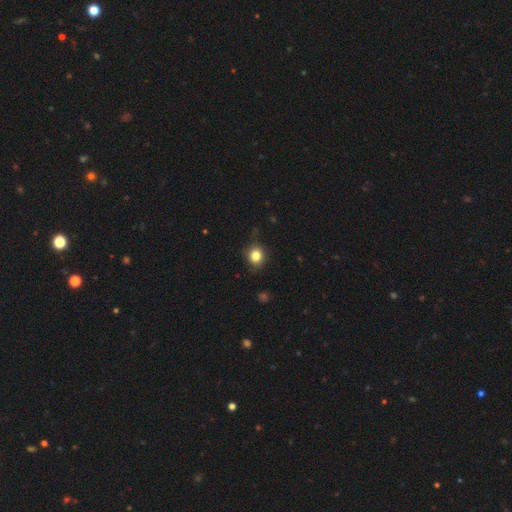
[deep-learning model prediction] Q: Smooth or featured?
A: smooth (83%); runner-up: star or artifact (11%)
Q: How rounded?
A: round (77%); runner-up: in between (22%)
Q: Merging?
A: none (80%); runner-up: minor disturbance (15%)